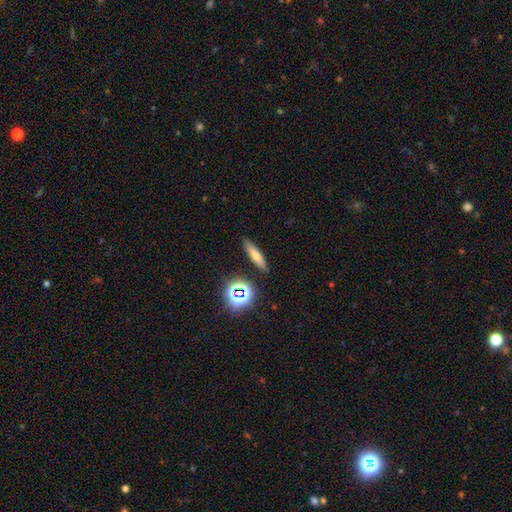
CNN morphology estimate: A smooth galaxy with no disk features (56%) that is cigar-shaped (72%). Merging: none (88%).